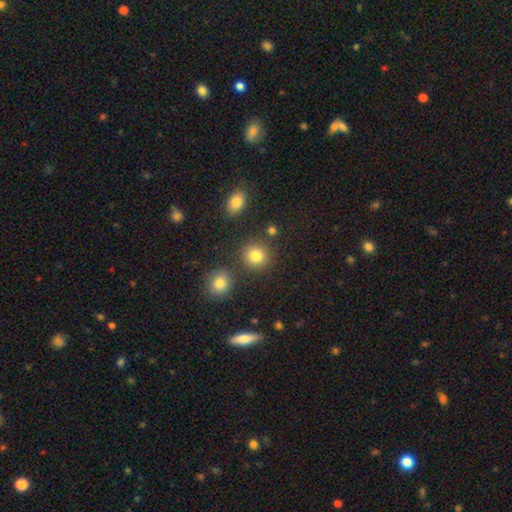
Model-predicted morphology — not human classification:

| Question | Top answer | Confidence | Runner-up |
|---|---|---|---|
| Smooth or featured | smooth | 81% | star or artifact (13%) |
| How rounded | round | 89% | in between (10%) |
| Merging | none | 82% | minor disturbance (7%) |